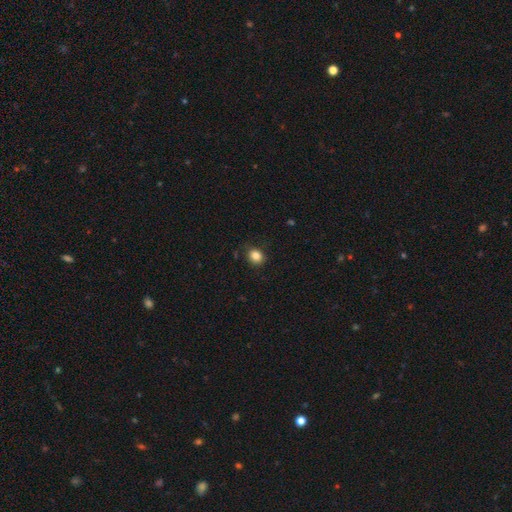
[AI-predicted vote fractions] Smooth or featured? Predicted: smooth (p=0.85). How rounded? Predicted: round (p=0.61). Merging? Predicted: none (p=0.85).